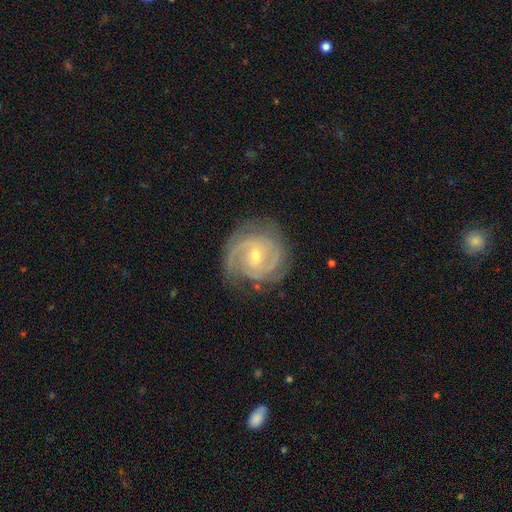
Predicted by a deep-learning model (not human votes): This appears to be a featured or disk galaxy (88%) with no bar (47%), 2 (49%) tight (61%) spiral arms (97%) and a small central bulge (54%). Merging: none (75%).